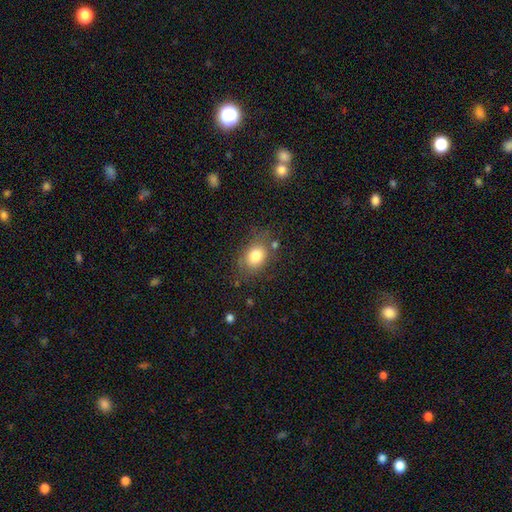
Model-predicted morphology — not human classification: Q: Smooth or featured?
A: smooth (79%); runner-up: featured or disk (12%)
Q: How rounded?
A: in between (62%); runner-up: round (37%)
Q: Merging?
A: none (69%); runner-up: minor disturbance (19%)